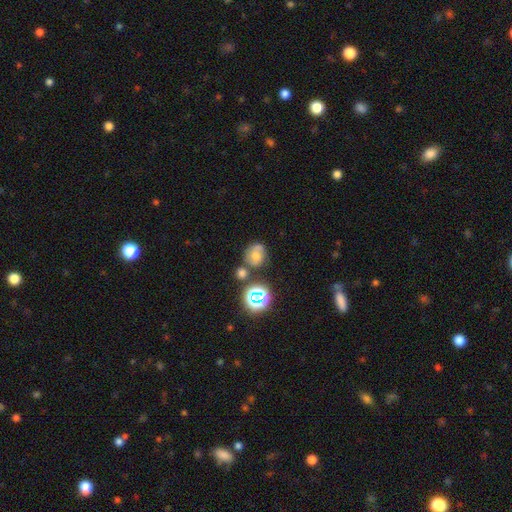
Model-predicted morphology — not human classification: The model was most divided on "smooth or featured": smooth: 40%, featured or disk: 36%, star or artifact: 23%. More confident: merging — none (59%).